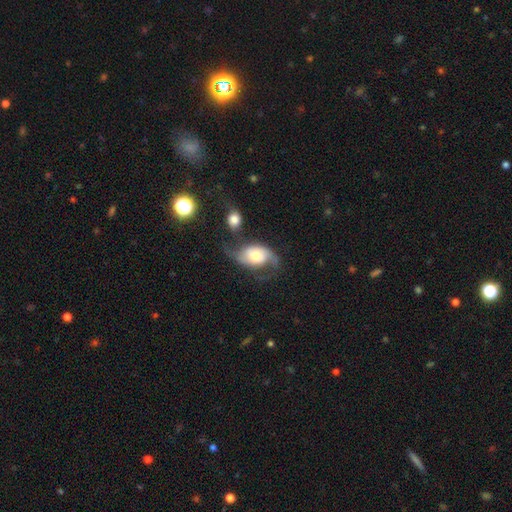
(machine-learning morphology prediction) smooth-or-featured: featured or disk: 63% | smooth: 31% | star or artifact: 6%
  disk-edge-on: no: 96% | yes: 4%
    bar: no: 71% | weak: 23% | strong: 7%
    has-spiral-arms: yes: 85% | no: 15%
      spiral-winding: loose: 59% | medium: 30% | tight: 11%
      spiral-arm-count: 2: 80% | 1: 10% | can't tell: 6% | 3: 1% | 4: 1% | more than 4: 1%
    bulge-size: moderate: 62% | large: 20% | small: 12% | dominant: 4% | none: 2%
  merging: none: 34% | major disturbance: 26% | minor disturbance: 22% | merger: 19%